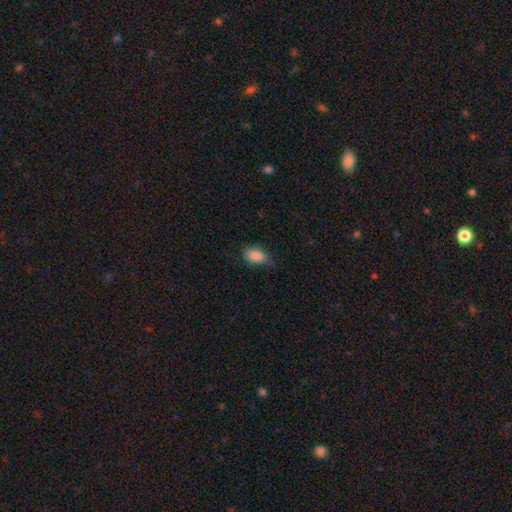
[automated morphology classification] A smooth galaxy with no disk features (87%) that is in between round and cigar-shaped (90%). Merging: none (64%).